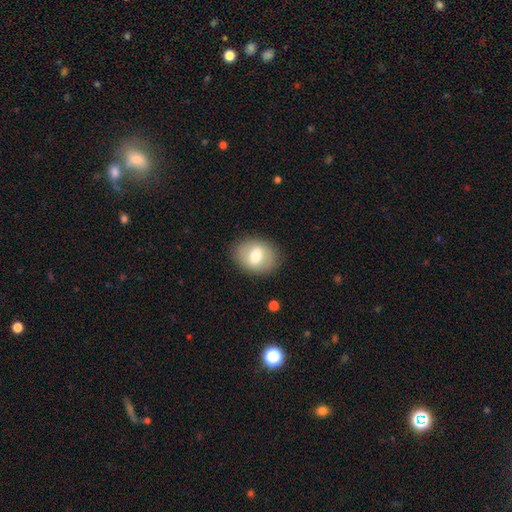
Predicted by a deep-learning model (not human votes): A smooth galaxy with no disk features (67%) that is in between round and cigar-shaped (63%). Merging: none (85%).